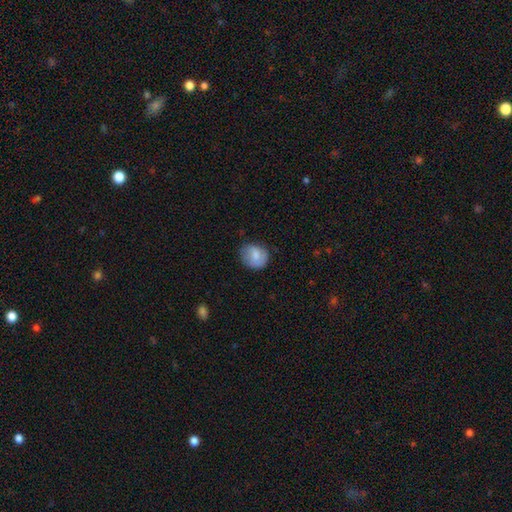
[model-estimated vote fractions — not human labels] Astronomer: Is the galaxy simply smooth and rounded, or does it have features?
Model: smooth — 77%.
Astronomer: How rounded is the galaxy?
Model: round — 71%.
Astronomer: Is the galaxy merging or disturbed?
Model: none — 72%.